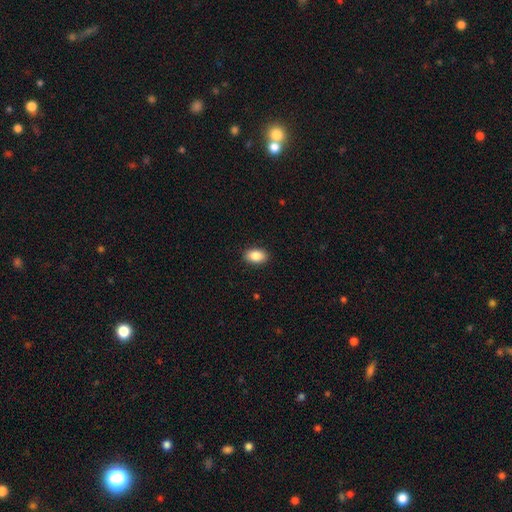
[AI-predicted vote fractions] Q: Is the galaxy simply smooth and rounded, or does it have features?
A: smooth — 88%.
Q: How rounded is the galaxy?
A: in between — 90%.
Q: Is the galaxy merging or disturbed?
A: none — 90%.